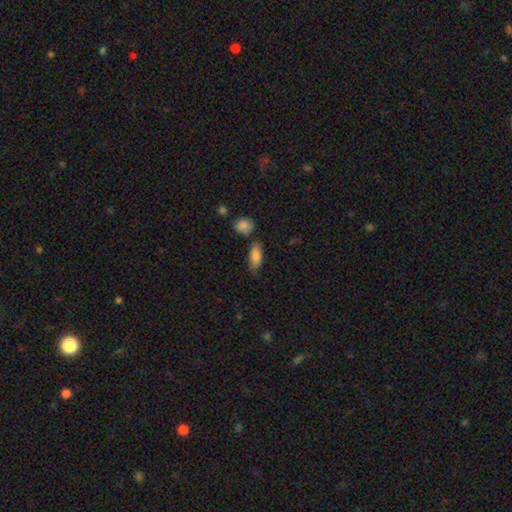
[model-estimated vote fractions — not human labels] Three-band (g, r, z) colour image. It shows a smooth galaxy with no disk features (85%) that is in between round and cigar-shaped (80%). Merging: none (69%).